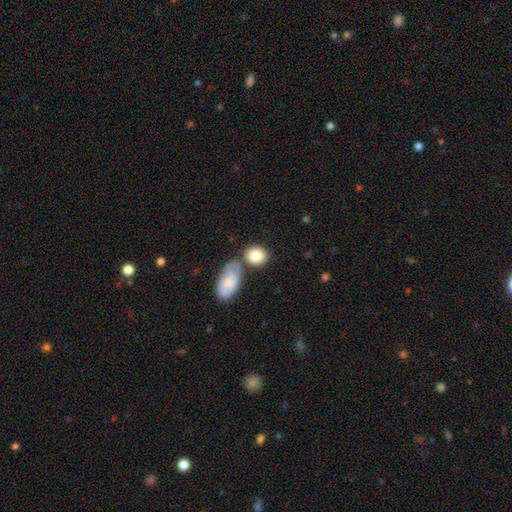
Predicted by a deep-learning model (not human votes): smooth-or-featured: smooth: 84% | featured or disk: 10% | star or artifact: 6%
  how-rounded: in between: 53% | round: 45% | cigar-shaped: 2%
  merging: none: 56% | merger: 24% | minor disturbance: 15% | major disturbance: 5%